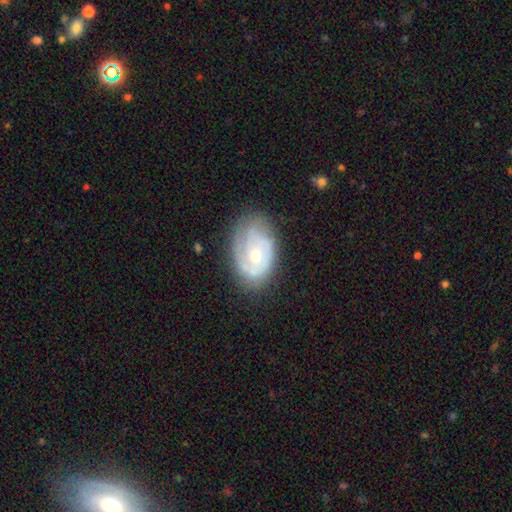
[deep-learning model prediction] Smooth or featured? Predicted: featured or disk (p=0.74). Edge-on disk? Predicted: no (p=0.96). Bar? Predicted: no (p=0.78). Spiral arms? Predicted: yes (p=0.86). Spiral winding? Predicted: tight (p=0.60). Spiral arm count? Predicted: can't tell (p=0.36). Bulge size? Predicted: small (p=0.49). Merging? Predicted: none (p=0.63).